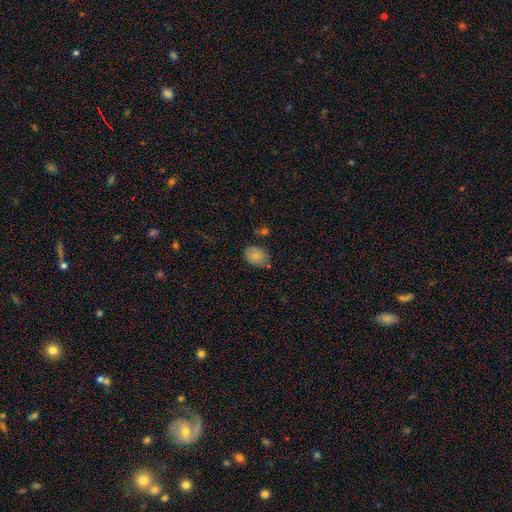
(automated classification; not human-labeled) This appears to be a smooth galaxy with no disk features (81%) that is in between round and cigar-shaped (77%). Merging: none (68%).